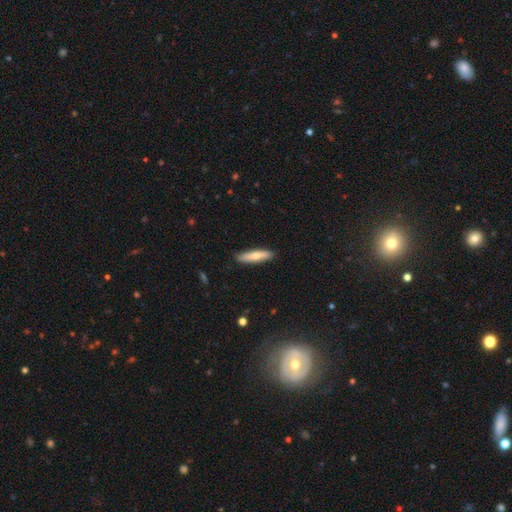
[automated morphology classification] smooth 68%, featured or disk 27%, star or artifact 5%. Down the decision tree: how rounded — cigar-shaped (78%); merging — none (88%).